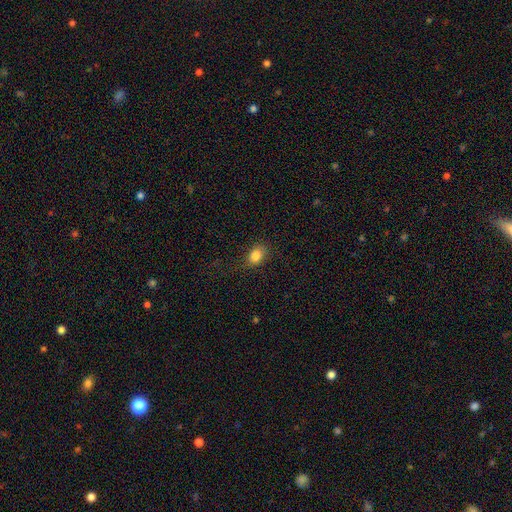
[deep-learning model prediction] This appears to be a smooth galaxy with no disk features (84%) that is in between round and cigar-shaped (73%). Merging: none (79%).